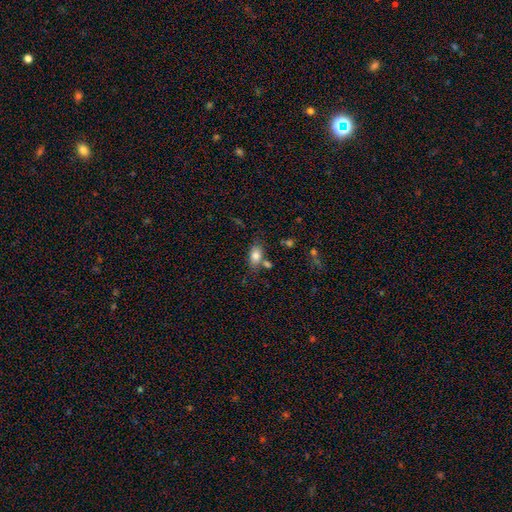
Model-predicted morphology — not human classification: This is clearly a smooth galaxy (81%). How rounded: clearly in between (87%). Merging: likely none (61%).